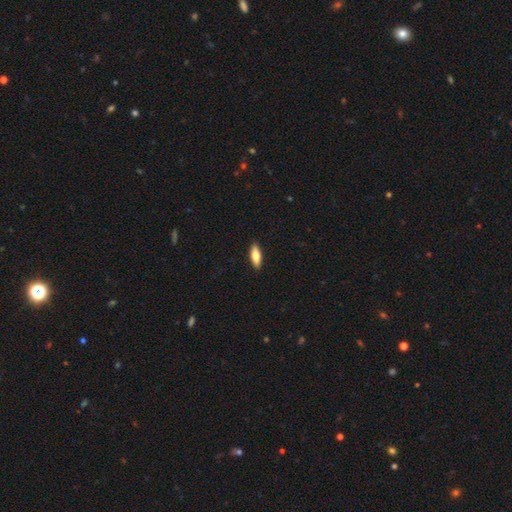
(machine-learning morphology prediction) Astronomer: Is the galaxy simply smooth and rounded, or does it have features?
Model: smooth — 76%.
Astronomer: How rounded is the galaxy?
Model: in between — 63%.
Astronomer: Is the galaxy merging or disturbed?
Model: none — 90%.